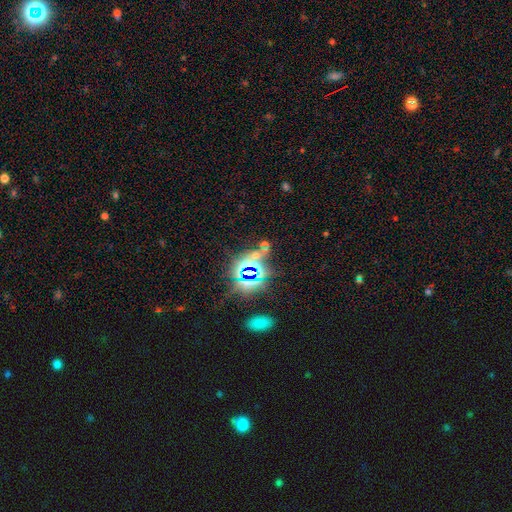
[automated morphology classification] The model was most divided on "smooth or featured": star or artifact: 71%, smooth: 19%, featured or disk: 10%.